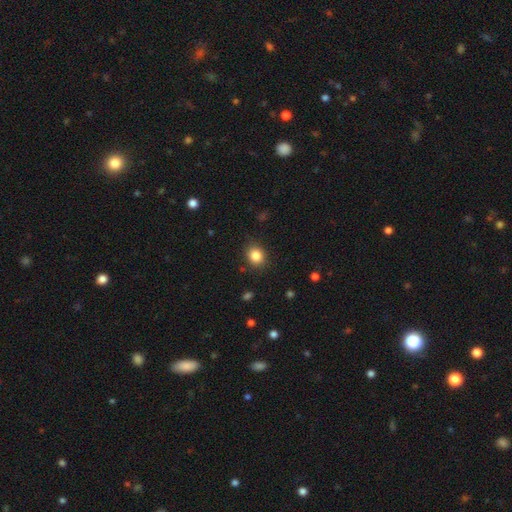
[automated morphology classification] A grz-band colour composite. It shows a smooth galaxy with no disk features (84%) that is round (68%). Merging: none (87%).